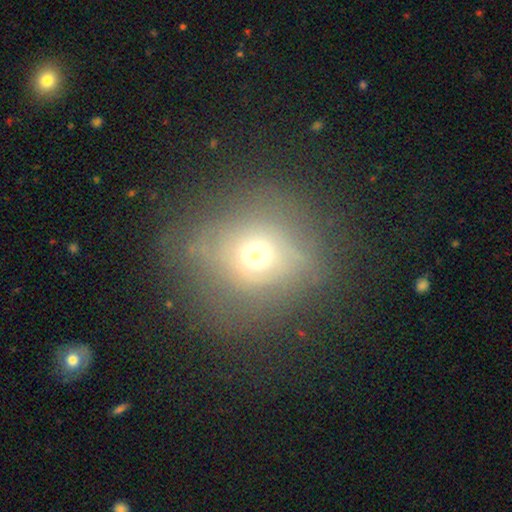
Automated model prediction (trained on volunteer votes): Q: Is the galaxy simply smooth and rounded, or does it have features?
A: smooth — 54%.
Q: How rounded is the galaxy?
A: round — 83%.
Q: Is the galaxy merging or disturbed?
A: none — 65%.